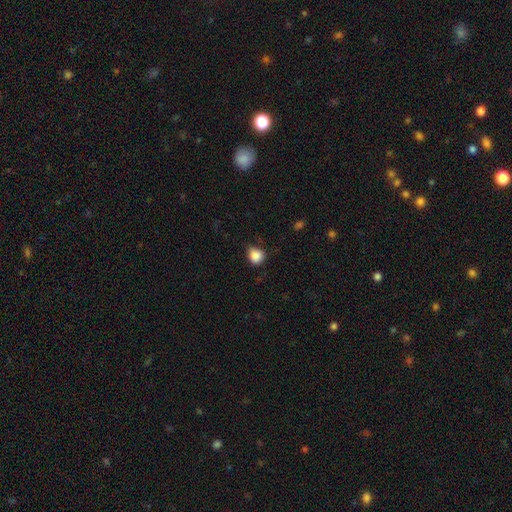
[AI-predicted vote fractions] Smooth or featured? Predicted: smooth (p=0.87). How rounded? Predicted: round (p=0.74). Merging? Predicted: none (p=0.63).